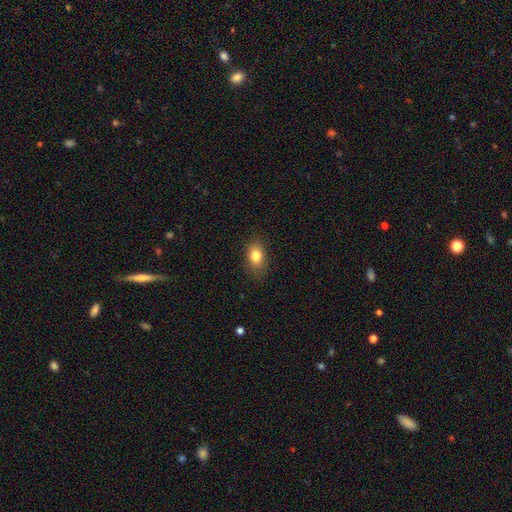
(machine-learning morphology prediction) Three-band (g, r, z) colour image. It shows a smooth galaxy with no disk features (82%) that is in between round and cigar-shaped (79%). Merging: none (81%).